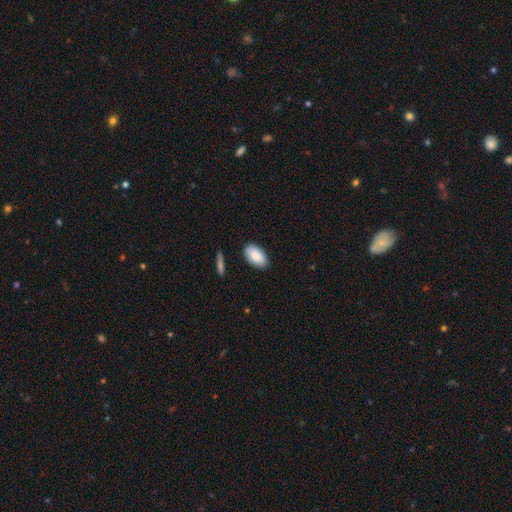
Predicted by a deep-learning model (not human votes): This is clearly a smooth galaxy (85%). How rounded: clearly in between (95%). Merging: clearly none (84%).